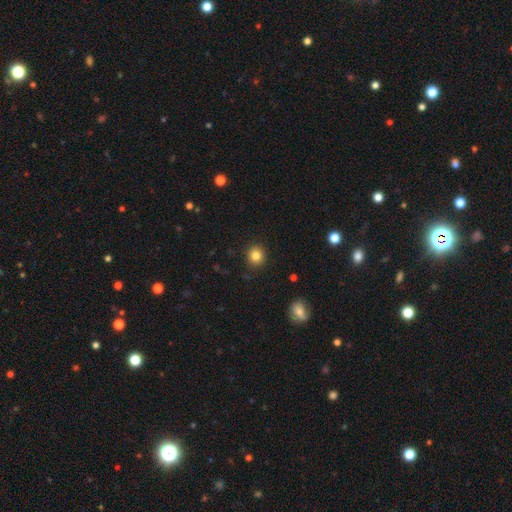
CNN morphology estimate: The model was most divided on "smooth or featured": smooth: 84%, star or artifact: 11%, featured or disk: 5%. More confident: merging — none (90%); how rounded — round (86%).